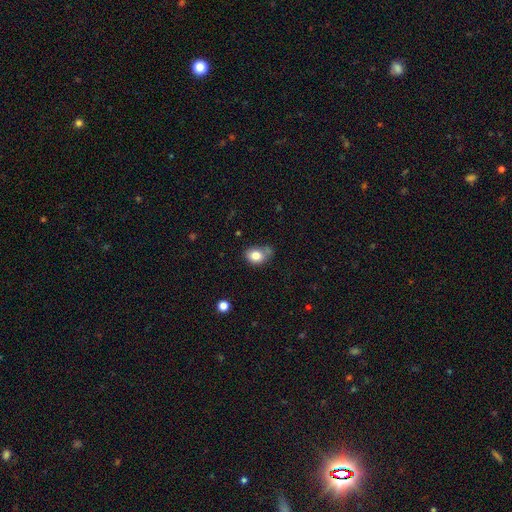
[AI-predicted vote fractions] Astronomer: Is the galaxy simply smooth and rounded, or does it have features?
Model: smooth — 81%.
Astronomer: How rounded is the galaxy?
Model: in between — 56% (runner-up: round, 43%).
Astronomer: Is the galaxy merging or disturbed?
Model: none — 54%.